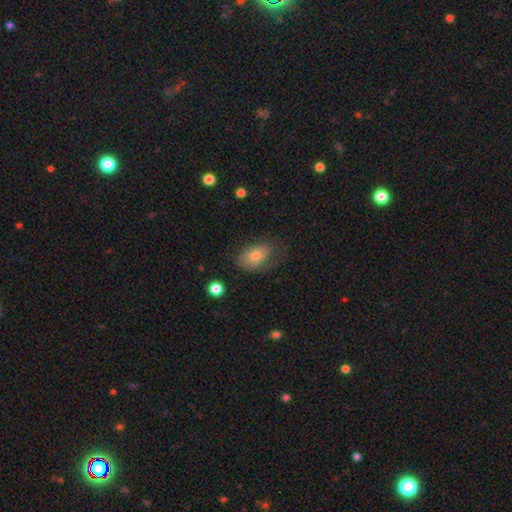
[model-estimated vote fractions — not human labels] This is likely a smooth galaxy (70%). How rounded: clearly in between (85%). Merging: possibly none (57%).